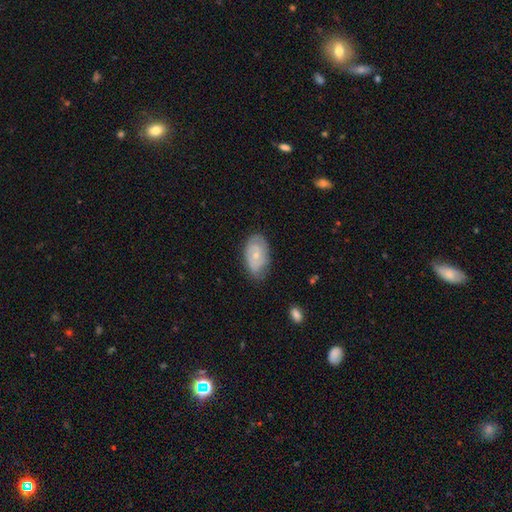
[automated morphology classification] Smooth or featured: featured or disk — 55% (smooth — 38%)
Edge-on disk: no — 94% (yes — 6%)
Bar: no — 77% (weak — 19%)
Spiral arms: yes — 67% (no — 33%)
Bulge size: small — 65% (moderate — 31%)
Merging: none — 69% (minor disturbance — 24%)